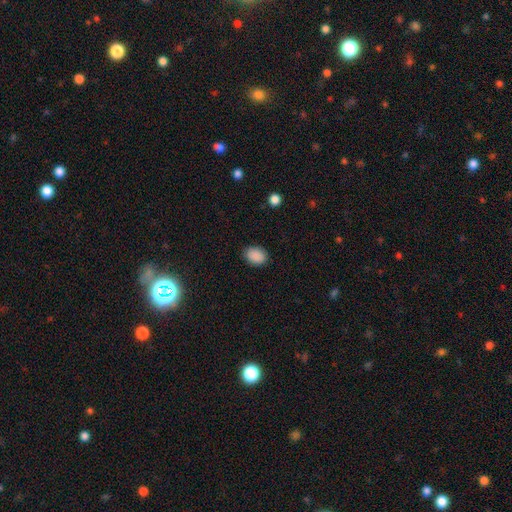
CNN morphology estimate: Smooth or featured: smooth — 89% (star or artifact — 9%)
How rounded: in between — 70% (round — 29%)
Merging: none — 86% (minor disturbance — 11%)